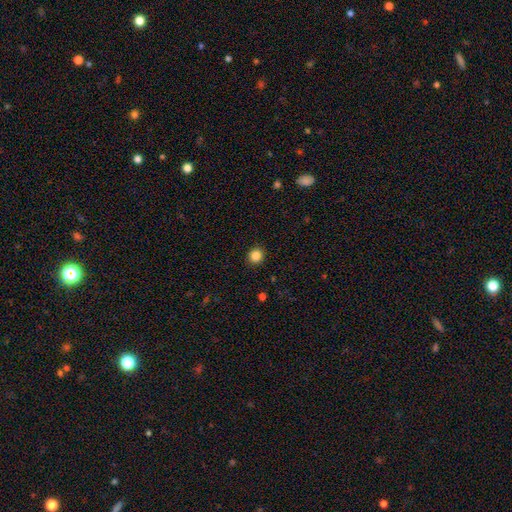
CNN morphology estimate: The model was most divided on "smooth or featured": smooth: 85%, star or artifact: 11%, featured or disk: 4%. More confident: merging — none (92%); how rounded — round (90%).